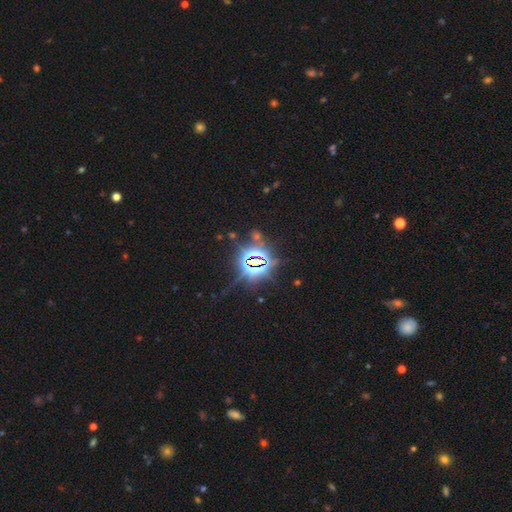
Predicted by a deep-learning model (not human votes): Q: Smooth or featured?
A: star or artifact (85%); runner-up: smooth (8%)